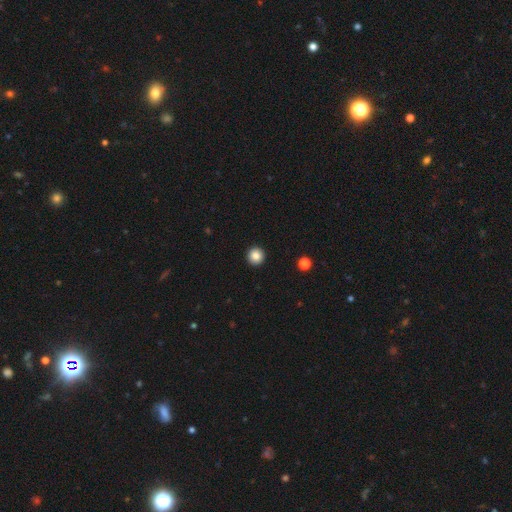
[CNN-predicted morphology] A smooth galaxy with no disk features (85%) that is round (96%).

Vote fractions:
- Smooth or featured? smooth: 85% / star or artifact: 10% / featured or disk: 5%
- How rounded? round: 96% / in between: 3% / cigar-shaped: 1%
- Merging? none: 94% / minor disturbance: 4% / major disturbance: 1% / merger: 1%